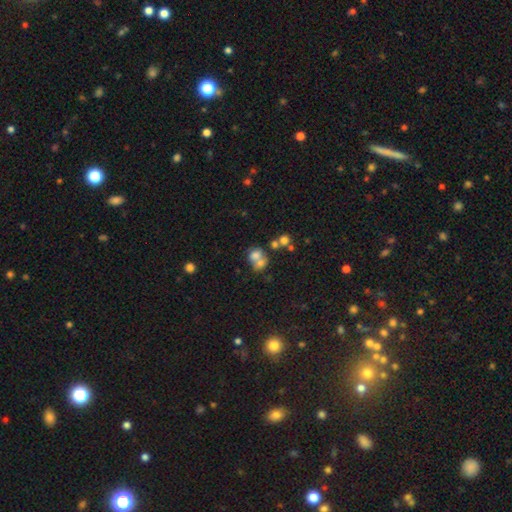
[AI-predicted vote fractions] The model was most divided on "how rounded": round: 60%, in between: 39%, cigar-shaped: 1%. More confident: smooth or featured — smooth (65%); merging — merger (60%).